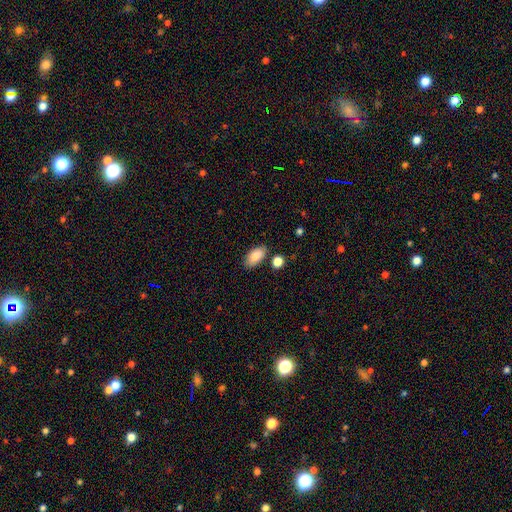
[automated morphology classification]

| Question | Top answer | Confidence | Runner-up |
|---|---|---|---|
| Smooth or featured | smooth | 87% | star or artifact (7%) |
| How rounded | in between | 93% | cigar-shaped (4%) |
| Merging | none | 79% | minor disturbance (13%) |